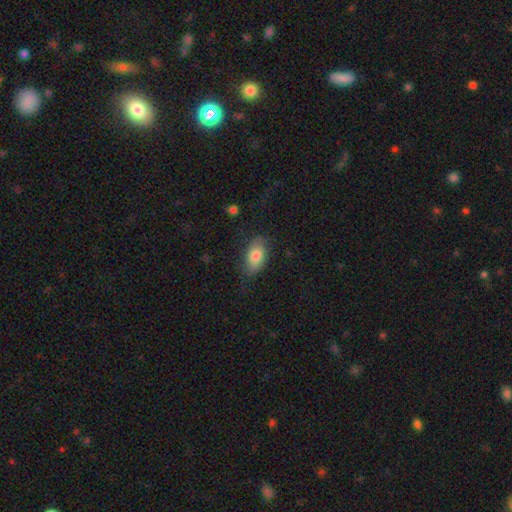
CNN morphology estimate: Smooth or featured: smooth — 78% (featured or disk — 14%)
How rounded: in between — 92% (round — 6%)
Merging: none — 73% (minor disturbance — 19%)